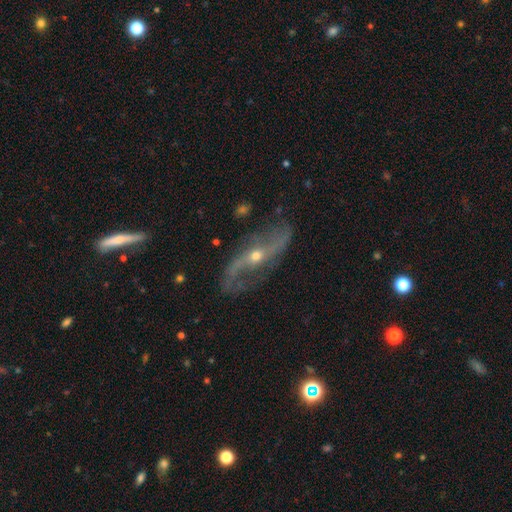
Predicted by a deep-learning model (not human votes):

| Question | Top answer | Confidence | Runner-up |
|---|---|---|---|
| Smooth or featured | featured or disk | 83% | star or artifact (9%) |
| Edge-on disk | no | 86% | yes (14%) |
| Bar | no | 50% | weak (31%) |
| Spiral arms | yes | 93% | no (7%) |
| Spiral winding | loose | 54% | medium (32%) |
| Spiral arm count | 2 | 84% | can't tell (7%) |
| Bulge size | moderate | 50% | small (46%) |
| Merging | none | 72% | minor disturbance (17%) |